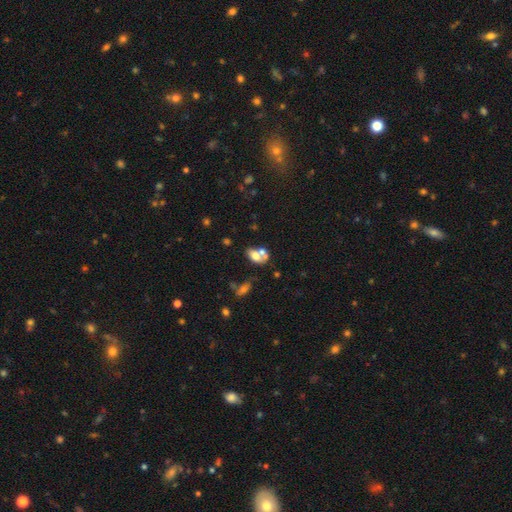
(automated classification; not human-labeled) Overall: smooth (63%; featured or disk 27%). How rounded: in between (80%). Merging: merger (56%; none 26%).